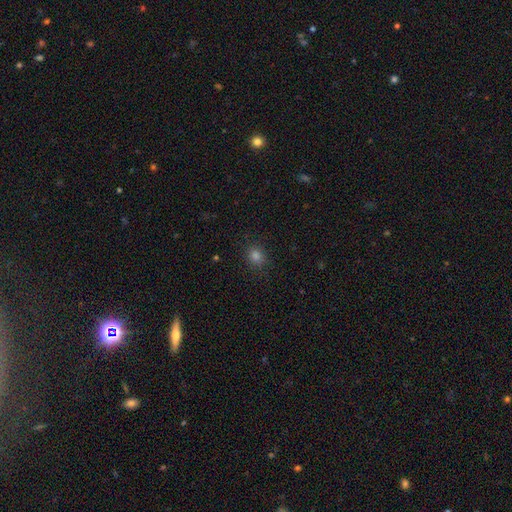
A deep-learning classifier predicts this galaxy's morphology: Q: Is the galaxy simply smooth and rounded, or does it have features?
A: smooth — 78%.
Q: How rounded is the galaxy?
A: round — 77%.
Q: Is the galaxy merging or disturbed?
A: none — 89%.